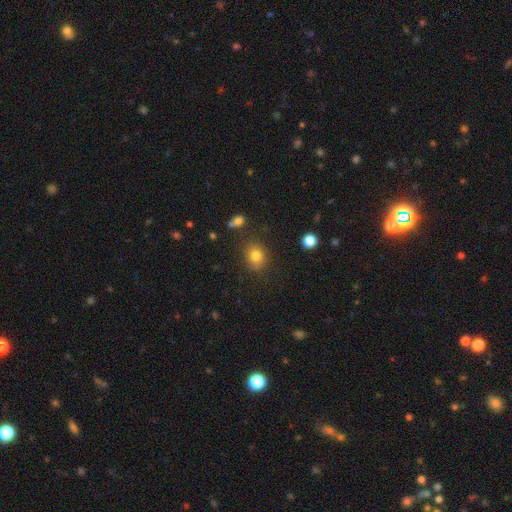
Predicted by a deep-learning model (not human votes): Overall: smooth (80%). How rounded: round (62%; in between 37%). Merging: none (79%).